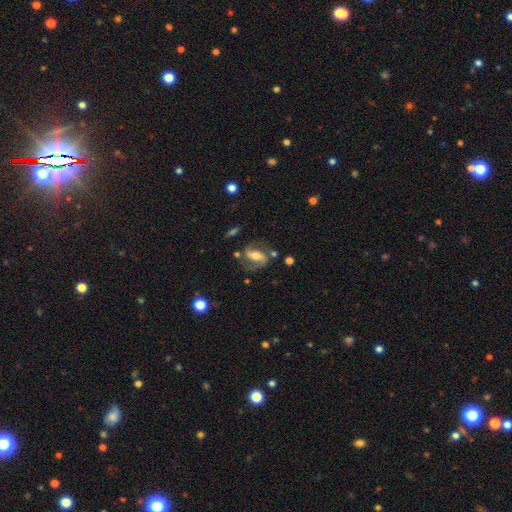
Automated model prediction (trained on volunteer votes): This appears to be a featured or disk galaxy (64%) with a strong bar (44%), spiral arms (82%) and a moderate central bulge (62%). Merging: none (63%).